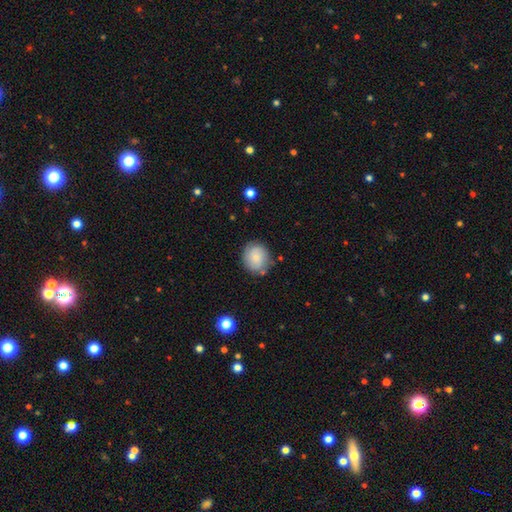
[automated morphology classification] The model was most divided on "smooth or featured": smooth: 69%, featured or disk: 23%, star or artifact: 8%. More confident: merging — none (77%); how rounded — round (74%).